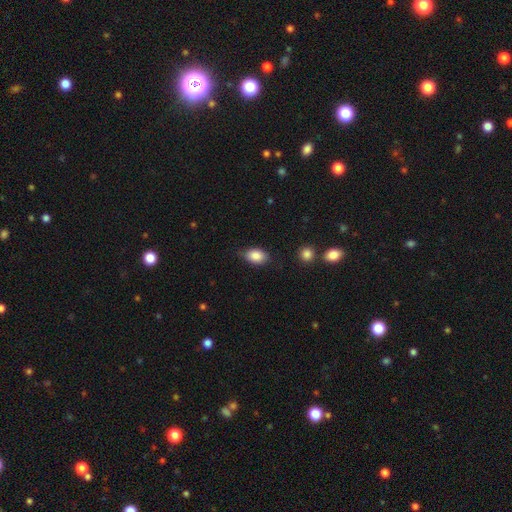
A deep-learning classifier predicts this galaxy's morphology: smooth 86%, star or artifact 8%, featured or disk 7%. Down the decision tree: how rounded — in between (84%); merging — none (72%).